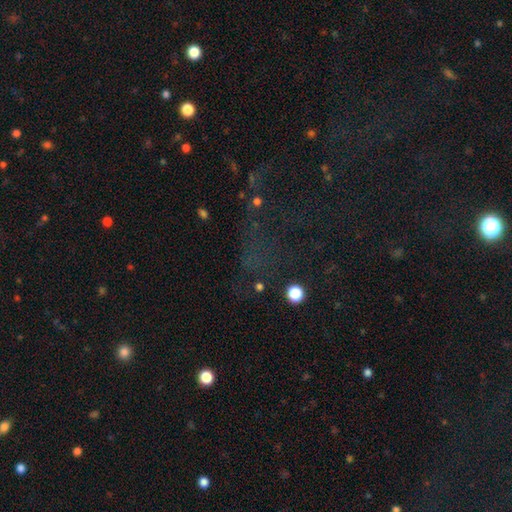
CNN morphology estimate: This is likely a star or artifact rather than a galaxy (67%).